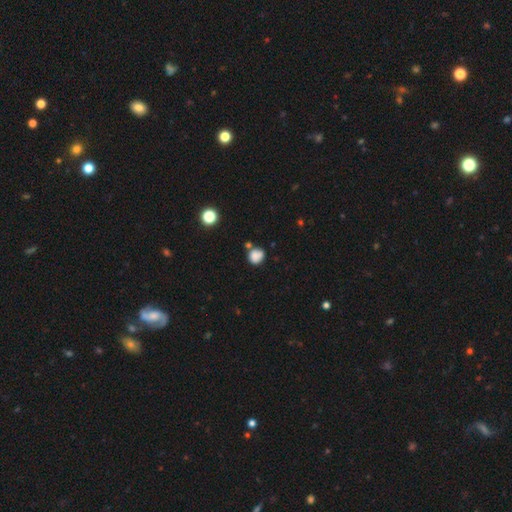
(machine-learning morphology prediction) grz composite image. It shows a smooth galaxy with no disk features (80%) that is round (76%). Merging: none (56%).